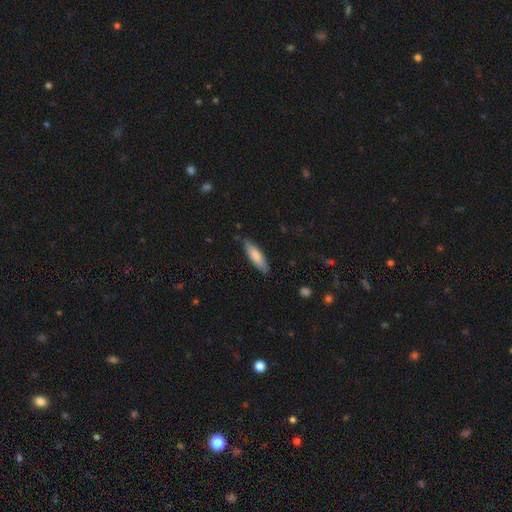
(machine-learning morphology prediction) A smooth galaxy with no disk features (80%) that is cigar-shaped (56%). Merging: none (78%).